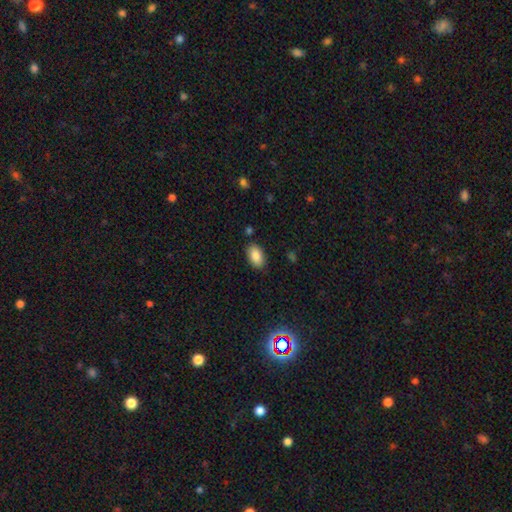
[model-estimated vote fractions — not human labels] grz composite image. It shows a smooth galaxy with no disk features (87%) that is in between round and cigar-shaped (93%). Merging: none (86%).